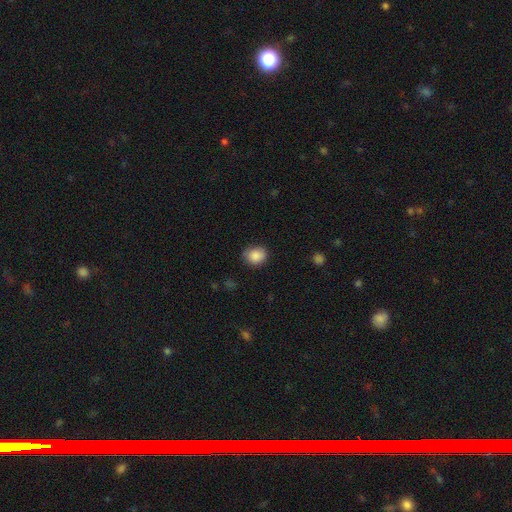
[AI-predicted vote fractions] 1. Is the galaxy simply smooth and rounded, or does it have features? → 88% smooth, 8% star or artifact, 4% featured or disk.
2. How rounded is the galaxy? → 64% round, 35% in between, 1% cigar-shaped.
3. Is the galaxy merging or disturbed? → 78% none, 18% minor disturbance, 3% major disturbance, 1% merger.